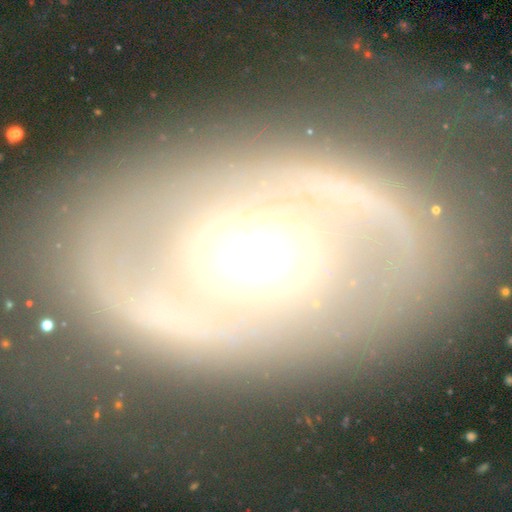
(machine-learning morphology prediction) The model was most divided on "bar": no: 47%, weak: 33%, strong: 20%. More confident: edge-on disk — no (90%); smooth or featured — featured or disk (79%); merging — none (78%); bulge size — moderate (67%); spiral arms — yes (60%).